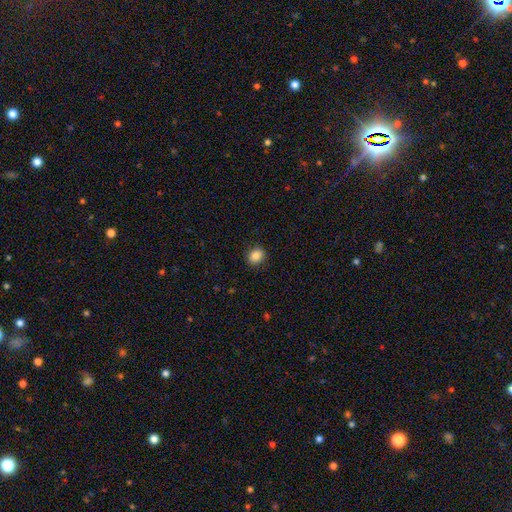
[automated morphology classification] Smooth or featured? smooth (85%)
How rounded? round (68%)
Merging? none (90%)